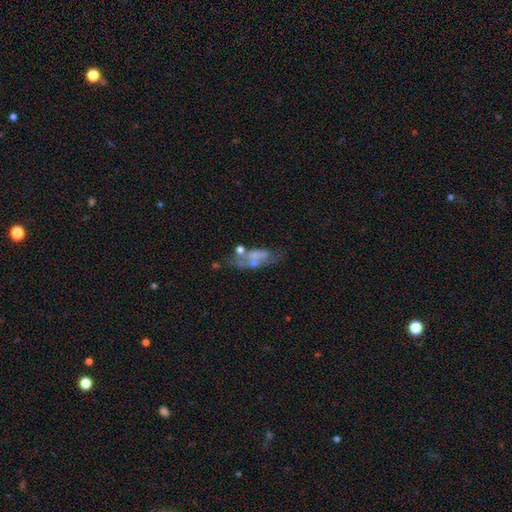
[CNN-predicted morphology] Smooth or featured? featured or disk (55%)
Edge-on disk? no (91%)
Bar? no (85%)
Spiral arms? no (81%)
Bulge size? none (61%)
Merging? none (35%)